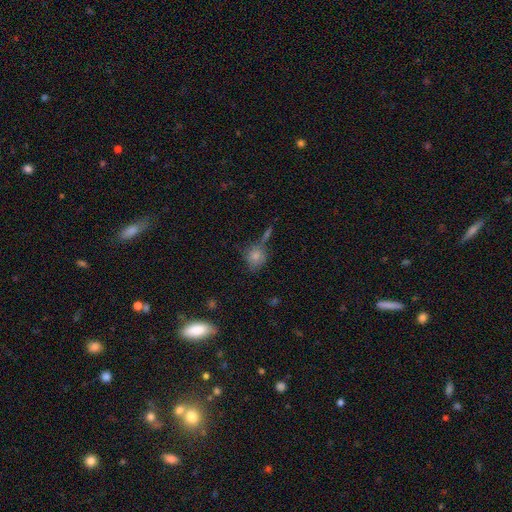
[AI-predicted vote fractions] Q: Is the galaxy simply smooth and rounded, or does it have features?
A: smooth — 78%.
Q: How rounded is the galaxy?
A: round — 69%.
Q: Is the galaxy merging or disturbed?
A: none — 56%.